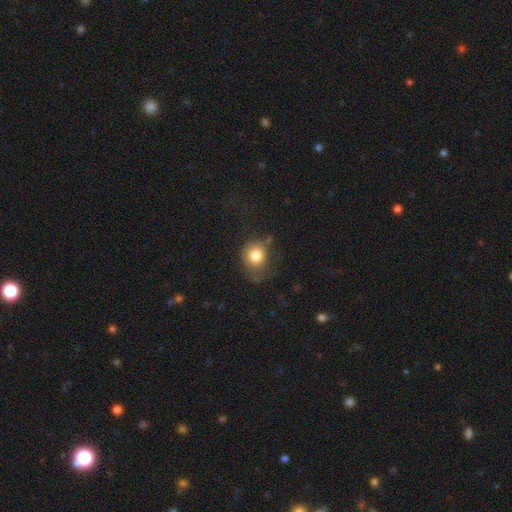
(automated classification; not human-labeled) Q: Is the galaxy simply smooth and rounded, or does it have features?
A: smooth — 81%.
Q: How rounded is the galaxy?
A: round — 74%.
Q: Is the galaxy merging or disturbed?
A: none — 53%.